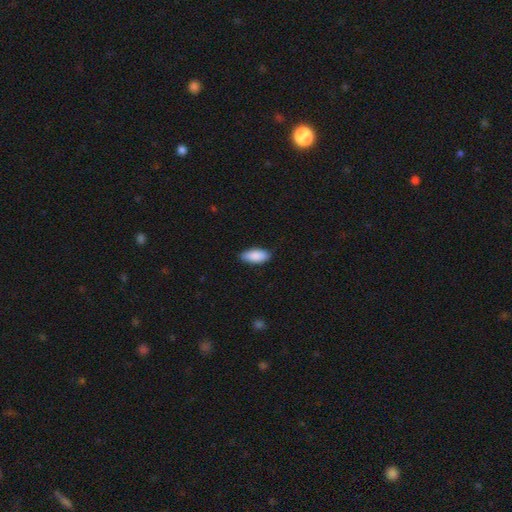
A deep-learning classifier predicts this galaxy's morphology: Smooth or featured: smooth — 90% (star or artifact — 6%)
How rounded: in between — 87% (cigar-shaped — 11%)
Merging: none — 85% (minor disturbance — 12%)